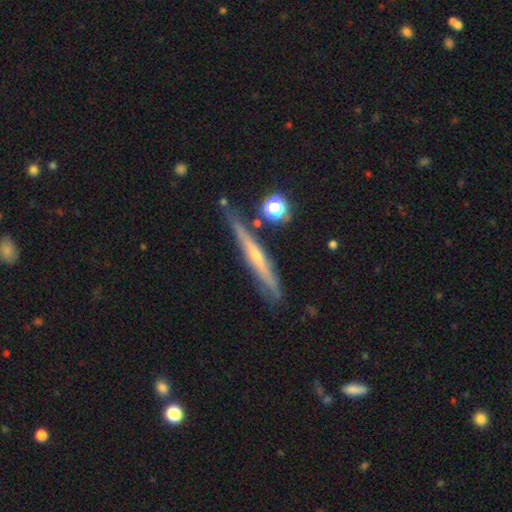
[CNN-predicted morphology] This appears to be a featured or disk galaxy (69%) viewed edge-on (95%) with a rounded central bulge (63%). Merging: none (81%).